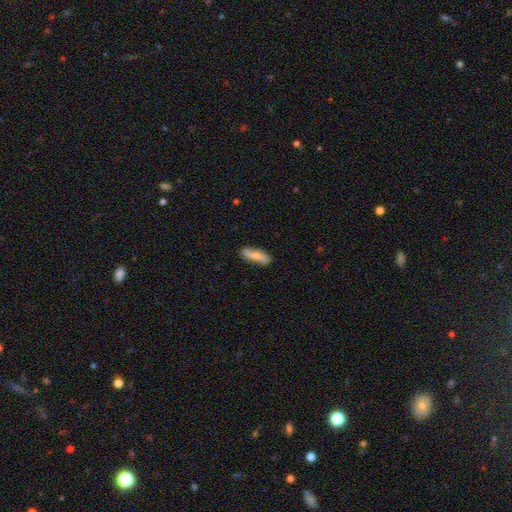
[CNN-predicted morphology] smooth-or-featured: smooth: 64% | featured or disk: 30% | star or artifact: 6%
  how-rounded: cigar-shaped: 55% | in between: 42% | round: 3%
  merging: none: 82% | minor disturbance: 14% | major disturbance: 3% | merger: 2%